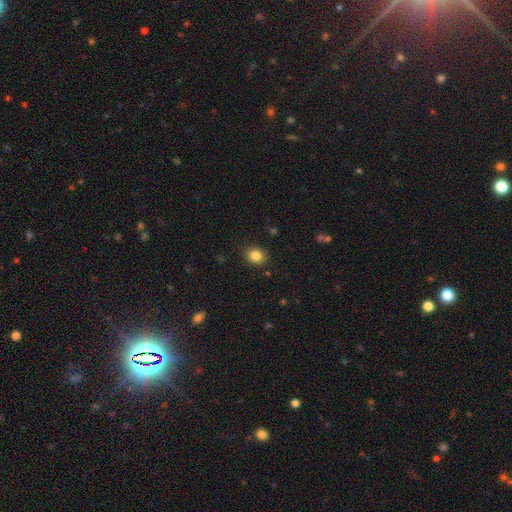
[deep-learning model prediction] Smooth or featured? Predicted: smooth (p=0.84). How rounded? Predicted: round (p=0.66). Merging? Predicted: none (p=0.89).